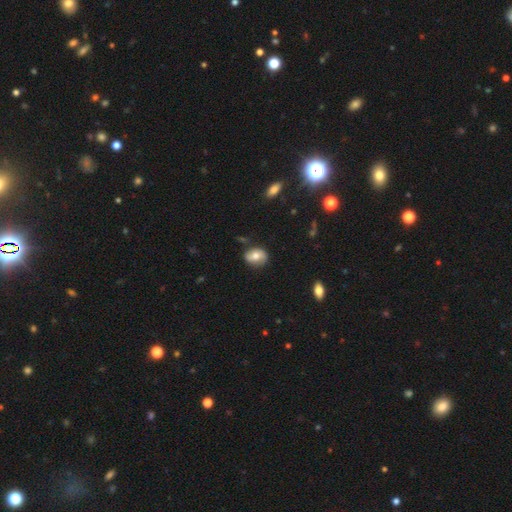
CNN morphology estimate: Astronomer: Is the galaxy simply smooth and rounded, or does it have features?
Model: smooth — 57% (runner-up: featured or disk, 35%).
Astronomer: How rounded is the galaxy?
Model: in between — 56% (runner-up: round, 43%).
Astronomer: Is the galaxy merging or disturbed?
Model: none — 72%.